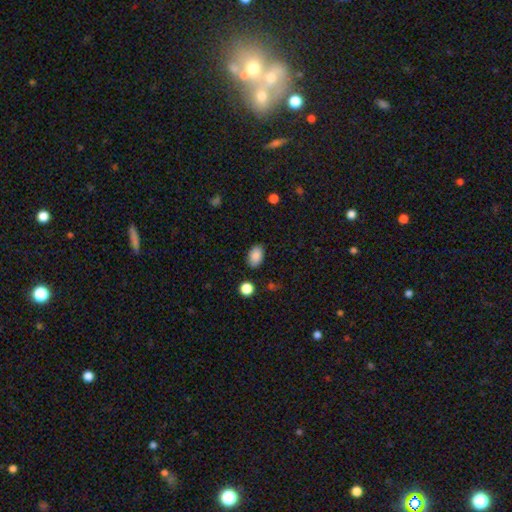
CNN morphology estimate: Smooth or featured?
  - smooth: 88% *
  - star or artifact: 8%
  - featured or disk: 4%
How rounded?
  - in between: 88% *
  - round: 11%
  - cigar-shaped: 1%
Merging?
  - none: 85% *
  - minor disturbance: 11%
  - major disturbance: 3%
  - merger: 2%